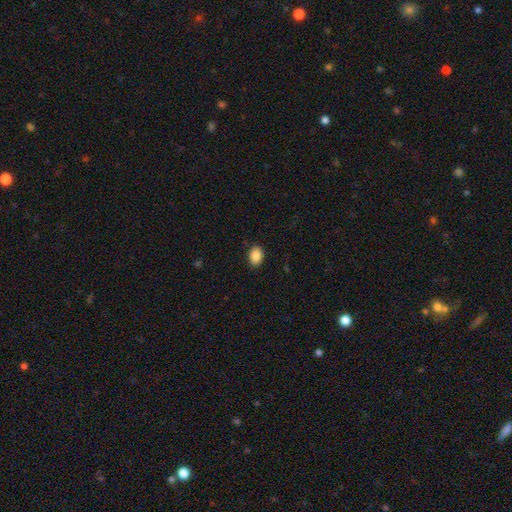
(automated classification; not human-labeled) smooth 88%, star or artifact 8%, featured or disk 4%. Down the decision tree: how rounded — in between (75%); merging — none (89%).